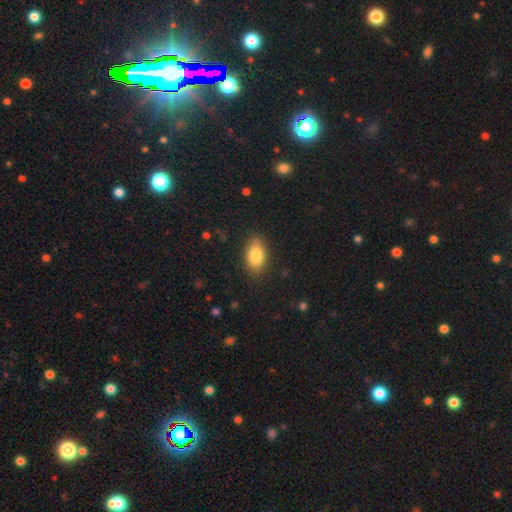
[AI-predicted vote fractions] Smooth or featured: smooth — 82% (featured or disk — 11%)
How rounded: in between — 90% (round — 8%)
Merging: none — 84% (minor disturbance — 12%)